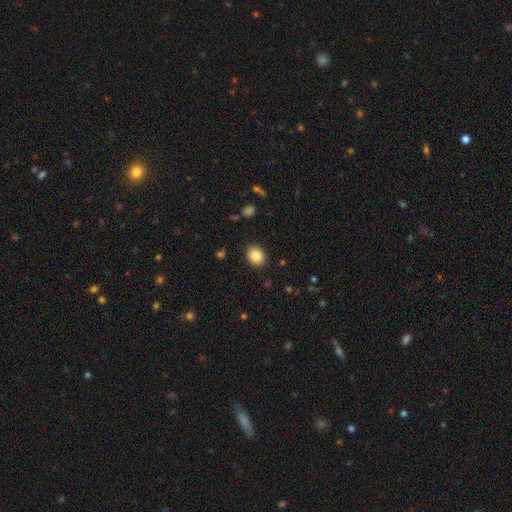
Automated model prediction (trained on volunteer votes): A smooth galaxy with no disk features (85%) that is round (53%). Merging: none (89%).